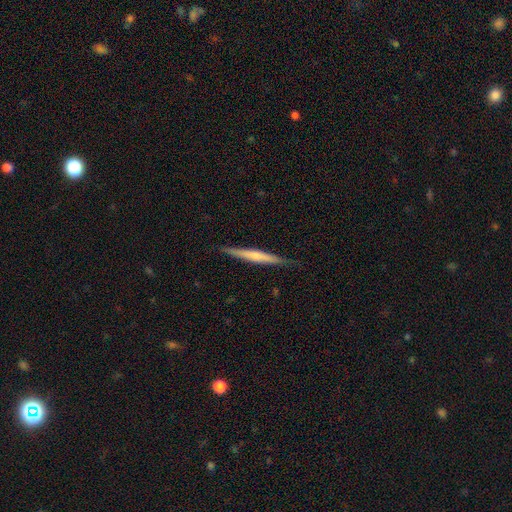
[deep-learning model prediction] smooth_or_featured: featured or disk (p=0.57) [alt: smooth p=0.37]
disk_edge_on: yes (p=0.97) [alt: no p=0.03]
edge_on_bulge: rounded (p=0.47) [alt: none p=0.42]
merging: none (p=0.88) [alt: minor disturbance p=0.10]